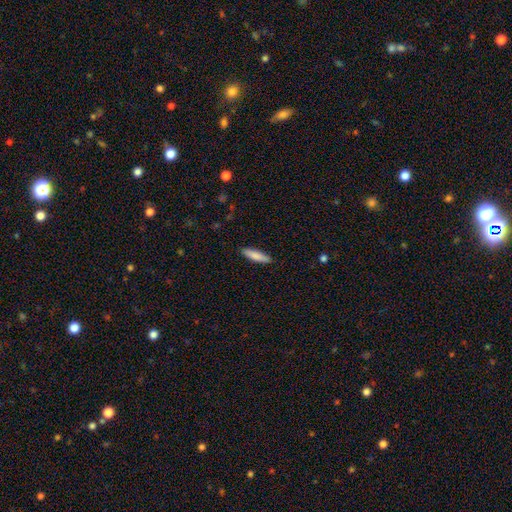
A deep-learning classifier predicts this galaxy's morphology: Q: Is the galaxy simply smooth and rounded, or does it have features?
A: smooth — 83%.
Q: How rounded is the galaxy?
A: cigar-shaped — 72%.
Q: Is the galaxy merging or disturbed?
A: none — 89%.